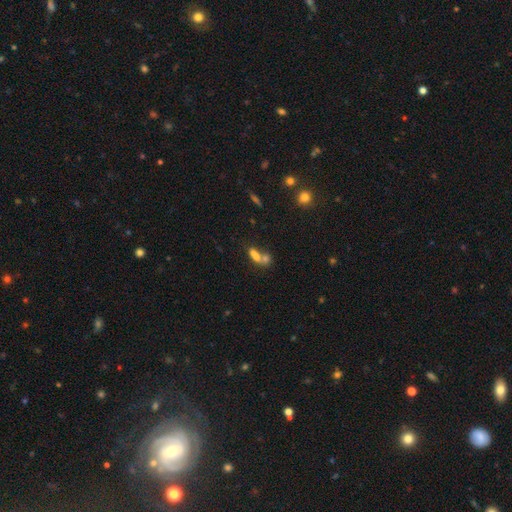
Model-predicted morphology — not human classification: Smooth or featured? Predicted: smooth (p=0.69). How rounded? Predicted: in between (p=0.70). Merging? Predicted: merger (p=0.59).